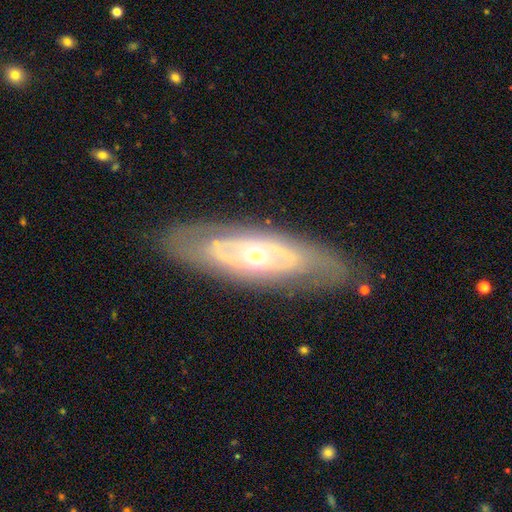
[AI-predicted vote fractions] This is likely a featured or disk galaxy (76%). It is clearly not viewed edge-on (80%). Bar: likely no (74%). Spiral arm pattern: possibly no (54%). Central bulge: possibly moderate (53%). Merging: clearly none (81%).